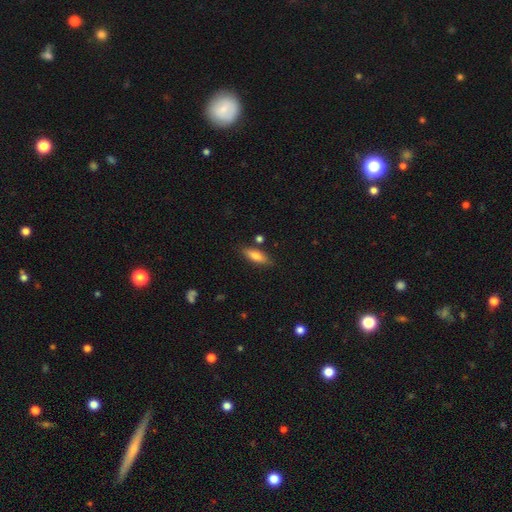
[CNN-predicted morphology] Smooth or featured? Predicted: smooth (p=0.74). How rounded? Predicted: in between (p=0.57). Merging? Predicted: none (p=0.81).